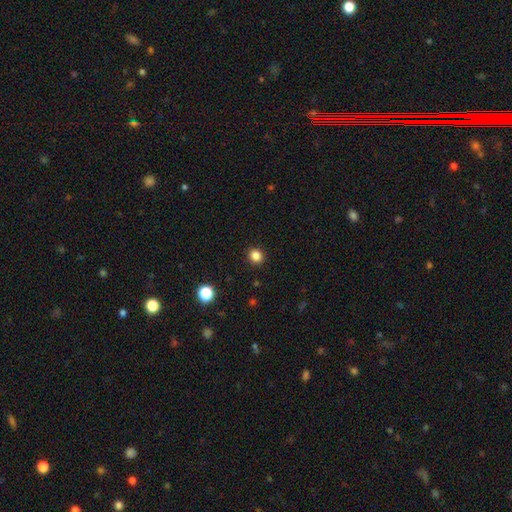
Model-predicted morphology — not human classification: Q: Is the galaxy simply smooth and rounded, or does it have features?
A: smooth — 84%.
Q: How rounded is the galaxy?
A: round — 83%.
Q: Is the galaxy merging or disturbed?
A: none — 91%.